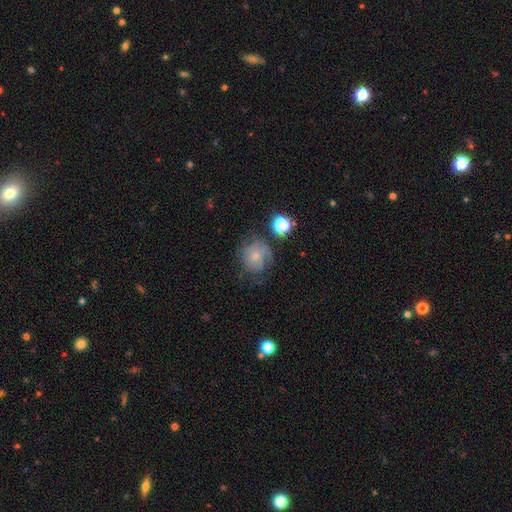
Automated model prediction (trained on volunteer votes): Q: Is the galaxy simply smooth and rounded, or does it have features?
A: smooth — 45%.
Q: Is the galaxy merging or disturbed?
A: none — 55%.